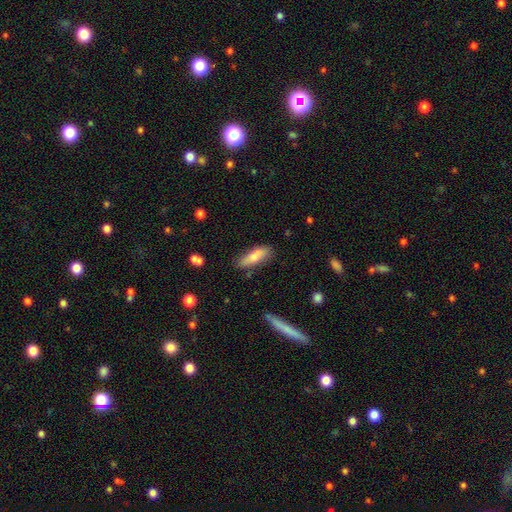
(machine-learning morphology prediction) Smooth or featured? Predicted: smooth (p=0.71). How rounded? Predicted: cigar-shaped (p=0.53). Merging? Predicted: none (p=0.69).